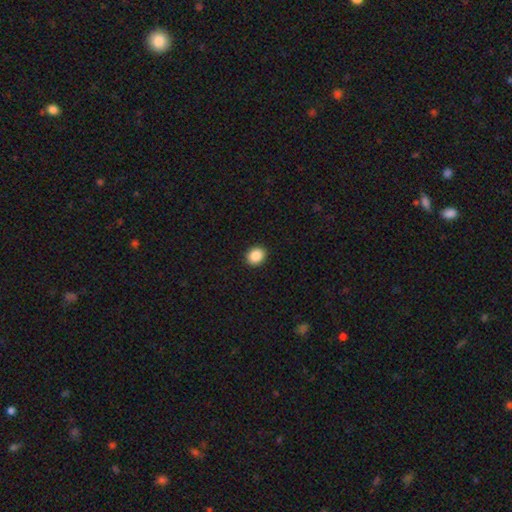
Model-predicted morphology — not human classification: Smooth or featured?
  - smooth: 88% *
  - star or artifact: 9%
  - featured or disk: 3%
How rounded?
  - round: 65% *
  - in between: 34%
  - cigar-shaped: 1%
Merging?
  - none: 92% *
  - minor disturbance: 5%
  - major disturbance: 2%
  - merger: 1%